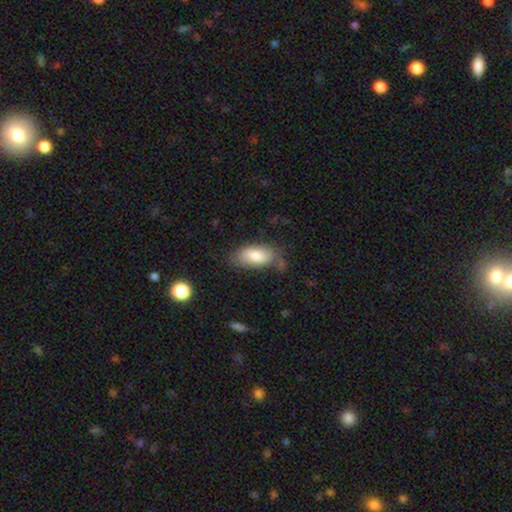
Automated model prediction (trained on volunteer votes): Overall: smooth (82%). How rounded: in between (88%). Merging: none (65%).